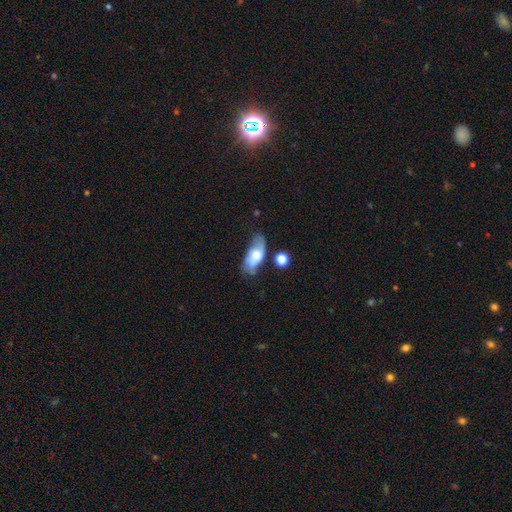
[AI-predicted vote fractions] A smooth galaxy with no disk features (49%).

Vote fractions:
- Smooth or featured? smooth: 49% / featured or disk: 42% / star or artifact: 9%
- Merging? none: 50% / minor disturbance: 29% / major disturbance: 13% / merger: 8%